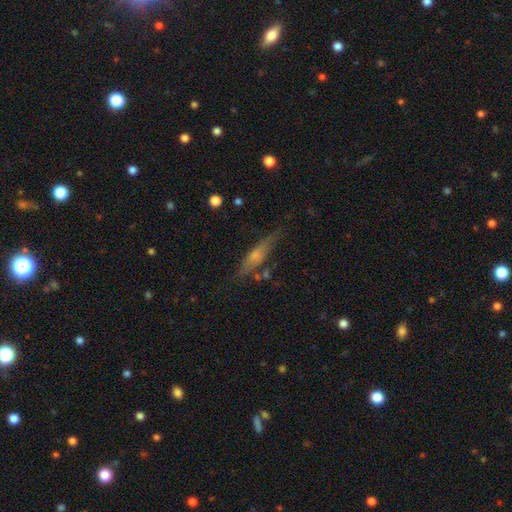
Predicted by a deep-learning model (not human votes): smooth-or-featured: featured or disk: 51% | smooth: 40% | star or artifact: 9%
  disk-edge-on: yes: 88% | no: 12%
  merging: none: 74% | minor disturbance: 17% | major disturbance: 5% | merger: 4%